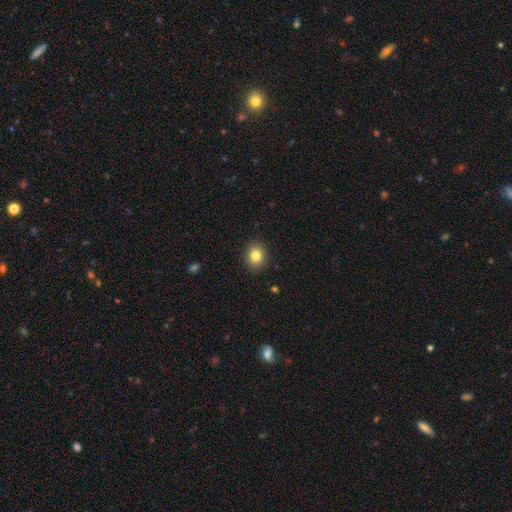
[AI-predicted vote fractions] A smooth galaxy with no disk features (82%) that is round (66%).

Vote fractions:
- Smooth or featured? smooth: 82% / star or artifact: 10% / featured or disk: 7%
- How rounded? round: 66% / in between: 33% / cigar-shaped: 1%
- Merging? none: 90% / minor disturbance: 7% / major disturbance: 2% / merger: 1%